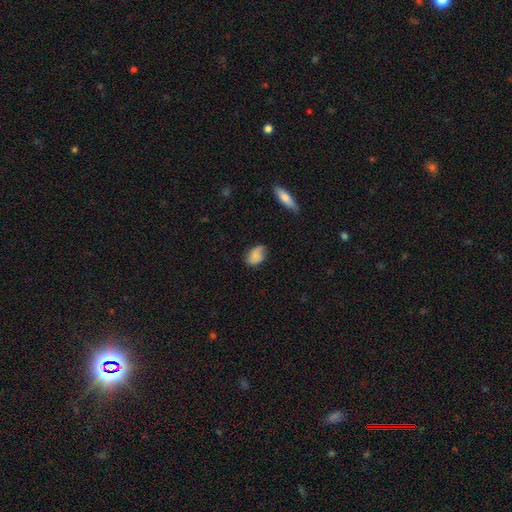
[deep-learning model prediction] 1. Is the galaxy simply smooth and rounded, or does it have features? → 68% smooth, 23% featured or disk, 9% star or artifact.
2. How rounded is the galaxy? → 82% in between, 16% round, 2% cigar-shaped.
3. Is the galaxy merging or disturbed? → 66% none, 26% minor disturbance, 6% major disturbance, 2% merger.